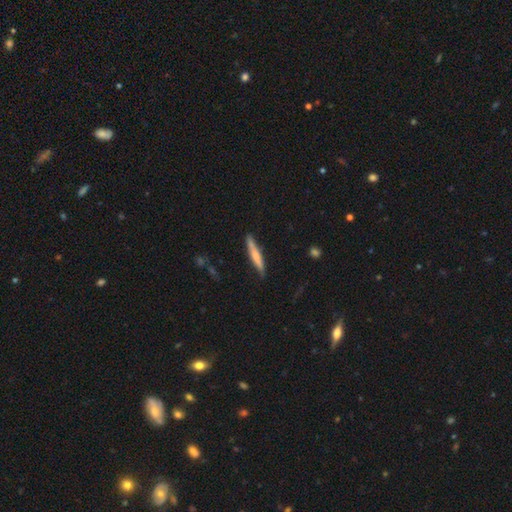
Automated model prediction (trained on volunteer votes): A smooth galaxy with no disk features (58%) that is cigar-shaped (93%). Merging: none (79%).